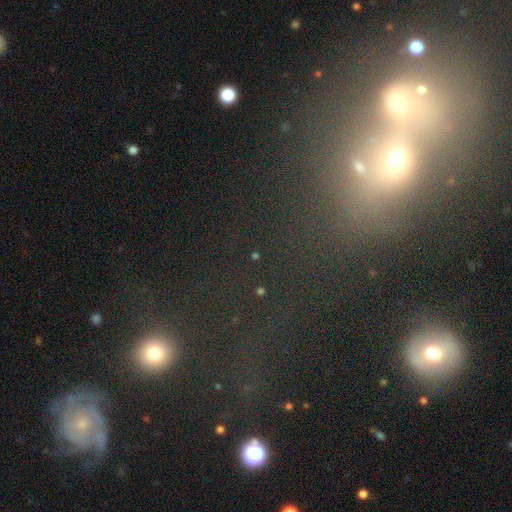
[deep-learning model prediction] A star or artifact, not a galaxy (70%).

Vote fractions:
- Smooth or featured? star or artifact: 70% / smooth: 20% / featured or disk: 10%